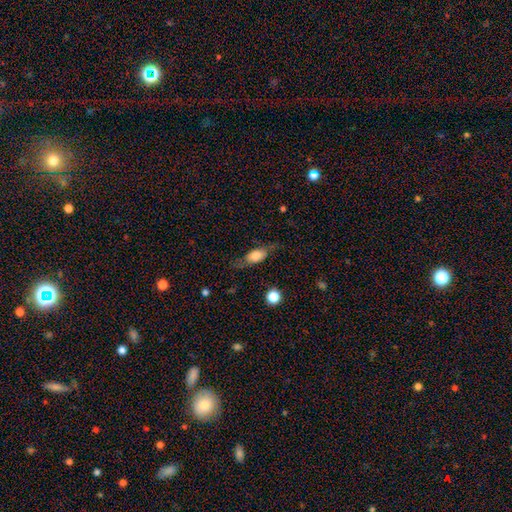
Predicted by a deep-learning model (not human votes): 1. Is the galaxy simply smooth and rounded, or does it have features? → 60% smooth, 32% featured or disk, 8% star or artifact.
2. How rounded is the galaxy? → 71% in between, 22% cigar-shaped, 7% round.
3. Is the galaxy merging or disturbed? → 65% none, 22% minor disturbance, 11% major disturbance, 2% merger.